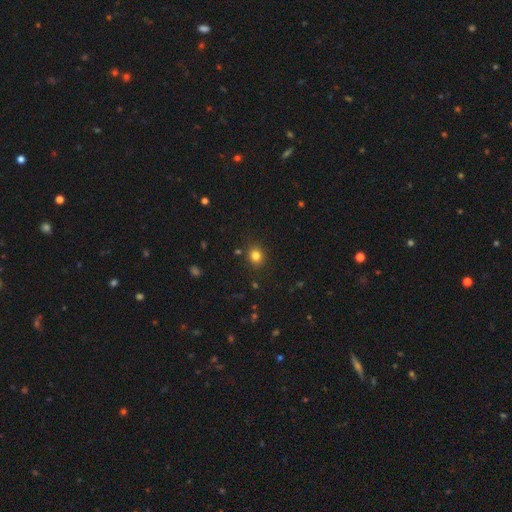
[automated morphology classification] Smooth or featured? Predicted: smooth (p=0.81). How rounded? Predicted: round (p=0.69). Merging? Predicted: none (p=0.87).